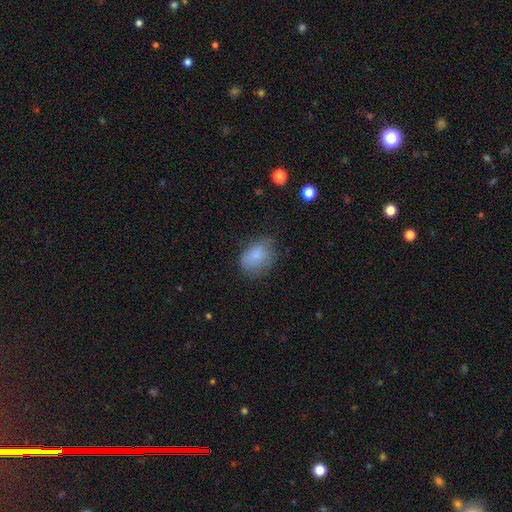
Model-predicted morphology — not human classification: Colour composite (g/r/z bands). It shows a smooth galaxy with no disk features (81%) that is in between round and cigar-shaped (75%). Merging: none (58%).